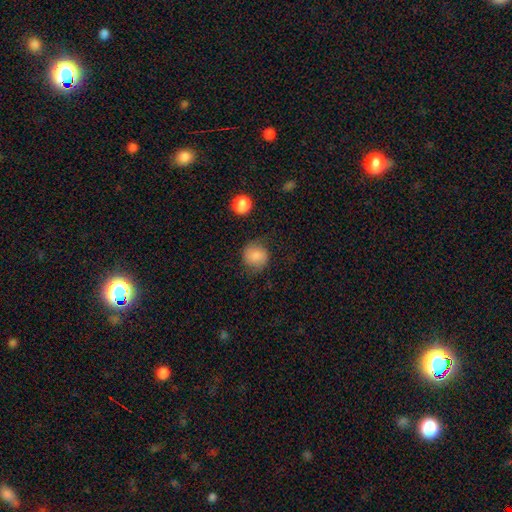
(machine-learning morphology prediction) Q: Smooth or featured?
A: smooth (76%); runner-up: featured or disk (15%)
Q: How rounded?
A: round (87%); runner-up: in between (12%)
Q: Merging?
A: none (71%); runner-up: minor disturbance (19%)